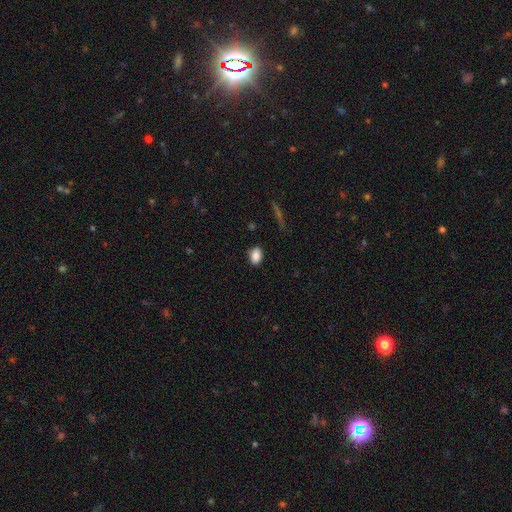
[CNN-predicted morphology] smooth 88%, star or artifact 8%, featured or disk 4%. Down the decision tree: how rounded — in between (81%); merging — none (86%).